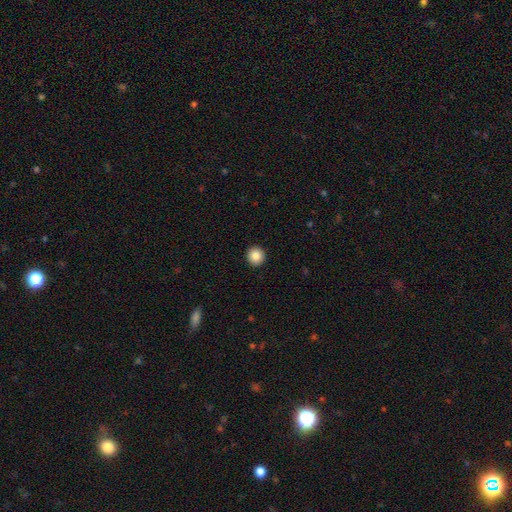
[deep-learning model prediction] smooth 86%, star or artifact 9%, featured or disk 5%. Down the decision tree: how rounded — round (93%); merging — none (93%).